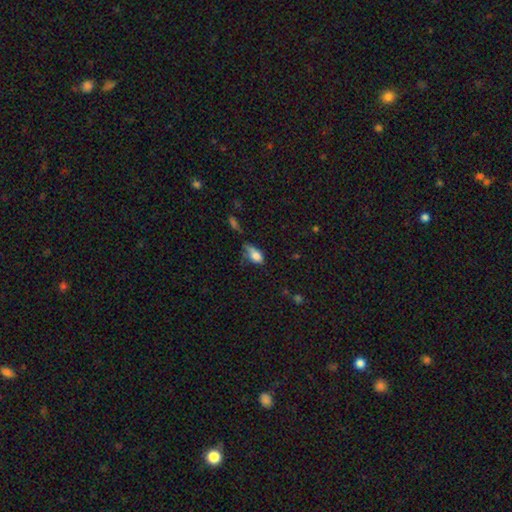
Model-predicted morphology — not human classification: Q: Smooth or featured?
A: smooth (76%); runner-up: featured or disk (15%)
Q: How rounded?
A: in between (86%); runner-up: round (7%)
Q: Merging?
A: minor disturbance (34%); runner-up: none (30%)